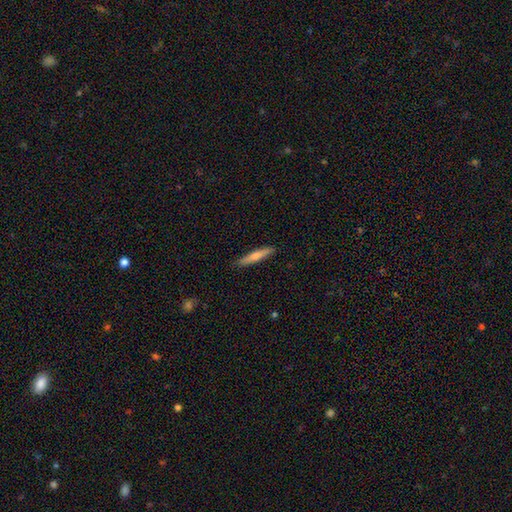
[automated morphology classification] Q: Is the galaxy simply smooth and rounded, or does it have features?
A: smooth — 52%.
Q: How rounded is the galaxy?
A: cigar-shaped — 92%.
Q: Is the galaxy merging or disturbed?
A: none — 91%.